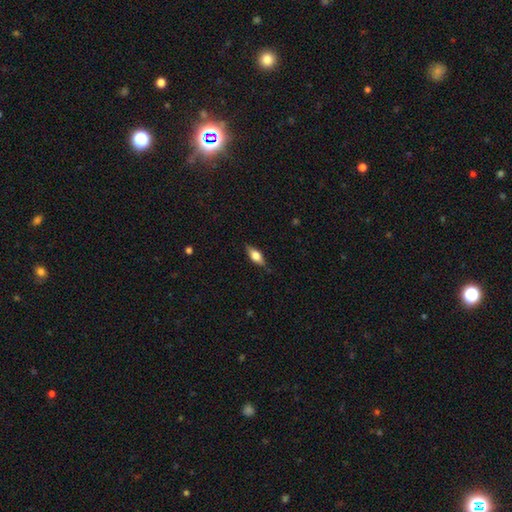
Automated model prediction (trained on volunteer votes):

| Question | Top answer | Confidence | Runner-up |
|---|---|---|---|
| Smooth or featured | smooth | 54% | featured or disk (39%) |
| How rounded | in between | 72% | cigar-shaped (24%) |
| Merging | none | 81% | minor disturbance (15%) |